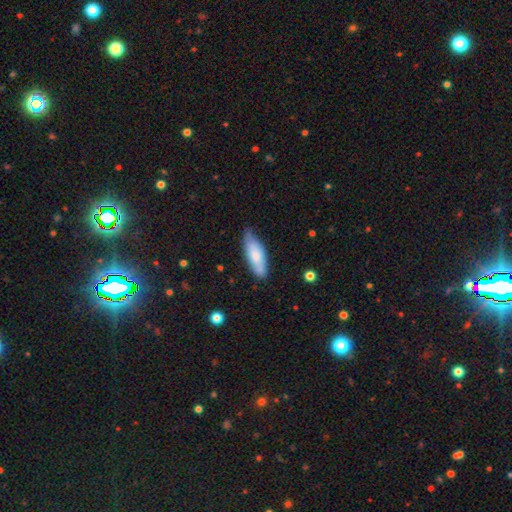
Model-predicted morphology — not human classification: The model was most divided on "how rounded": in between: 64%, cigar-shaped: 34%, round: 2%. More confident: smooth or featured — smooth (72%); merging — none (64%).